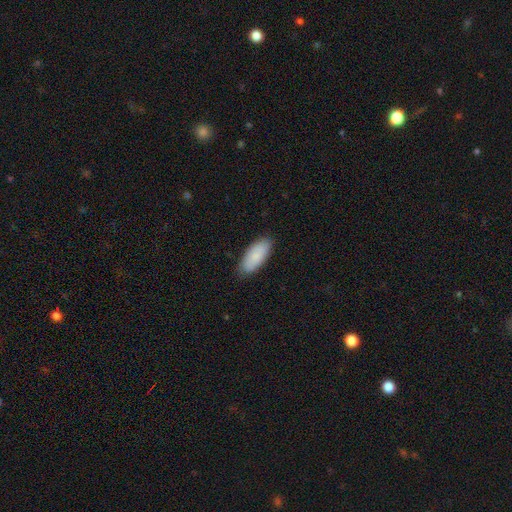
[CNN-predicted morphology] A smooth galaxy with no disk features (86%) that is in between round and cigar-shaped (84%).

Vote fractions:
- Smooth or featured? smooth: 86% / featured or disk: 8% / star or artifact: 6%
- How rounded? in between: 84% / cigar-shaped: 14% / round: 2%
- Merging? none: 85% / minor disturbance: 12% / major disturbance: 2% / merger: 1%